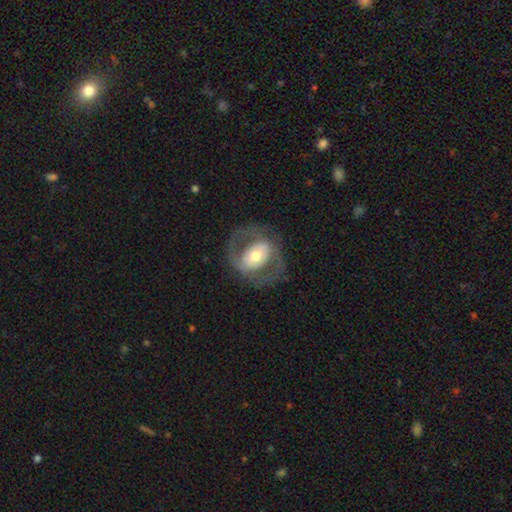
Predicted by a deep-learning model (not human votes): Q: Smooth or featured?
A: featured or disk (73%); runner-up: smooth (21%)
Q: Edge-on disk?
A: no (96%); runner-up: yes (4%)
Q: Bar?
A: no (45%); runner-up: weak (33%)
Q: Spiral arms?
A: yes (66%); runner-up: no (34%)
Q: Bulge size?
A: moderate (67%); runner-up: large (17%)
Q: Merging?
A: none (70%); runner-up: major disturbance (15%)